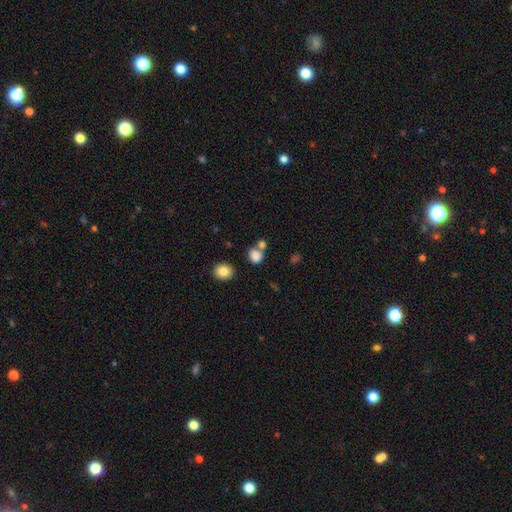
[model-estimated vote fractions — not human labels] smooth-or-featured: smooth: 82% | star or artifact: 11% | featured or disk: 7%
  how-rounded: round: 58% | in between: 40% | cigar-shaped: 1%
  merging: none: 48% | merger: 36% | minor disturbance: 11% | major disturbance: 5%